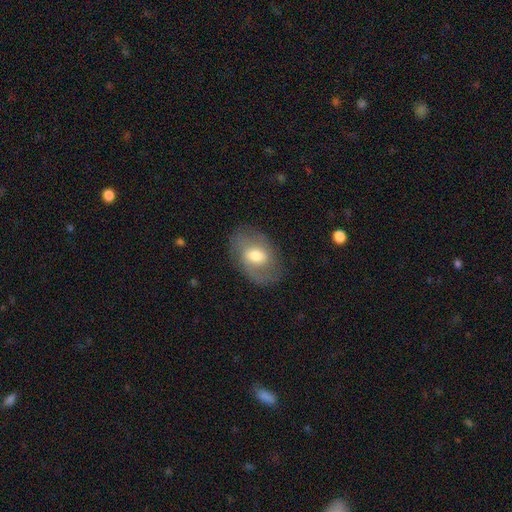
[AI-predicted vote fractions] Q: Smooth or featured?
A: featured or disk (48%); runner-up: smooth (45%)
Q: Merging?
A: none (74%); runner-up: minor disturbance (16%)